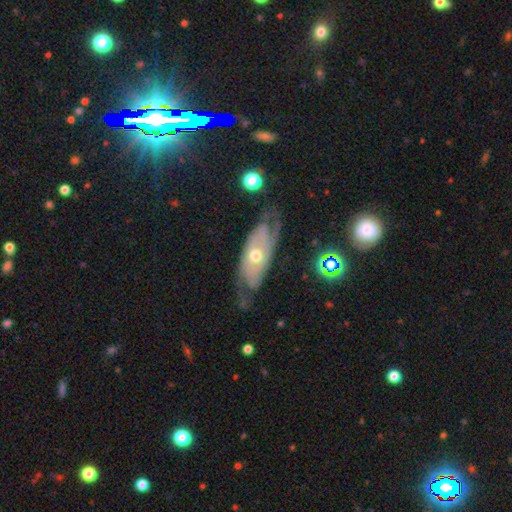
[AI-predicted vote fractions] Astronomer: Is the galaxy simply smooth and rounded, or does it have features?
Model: featured or disk — 74%.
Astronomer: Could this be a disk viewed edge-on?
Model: no — 81%.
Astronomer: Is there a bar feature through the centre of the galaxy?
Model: no — 76%.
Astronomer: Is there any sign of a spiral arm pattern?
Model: yes — 84%.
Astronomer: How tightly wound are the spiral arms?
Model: tight — 62%.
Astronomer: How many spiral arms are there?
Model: can't tell — 49% (runner-up: 2, 33%).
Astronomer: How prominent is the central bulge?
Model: moderate — 58% (runner-up: small, 38%).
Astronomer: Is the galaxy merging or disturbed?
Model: none — 68%.